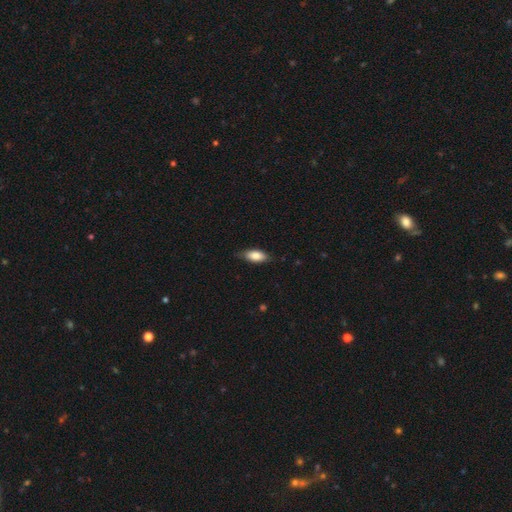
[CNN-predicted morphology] smooth_or_featured: smooth (p=0.81) [alt: featured or disk p=0.13]
how_rounded: in between (p=0.83) [alt: cigar-shaped p=0.14]
merging: none (p=0.77) [alt: minor disturbance p=0.19]